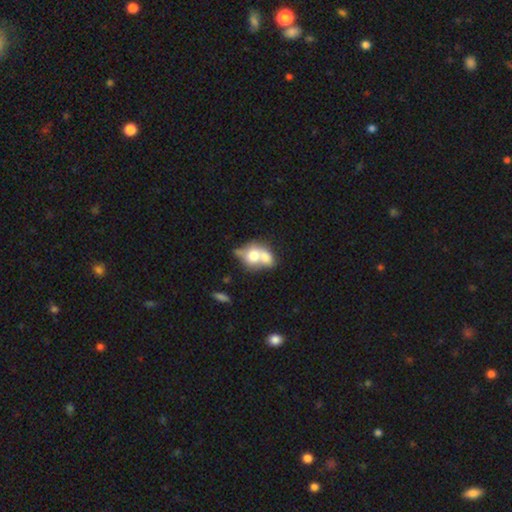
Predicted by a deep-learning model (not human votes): A smooth galaxy with no disk features (65%) that is in between round and cigar-shaped (55%). Merging: merger (69%).